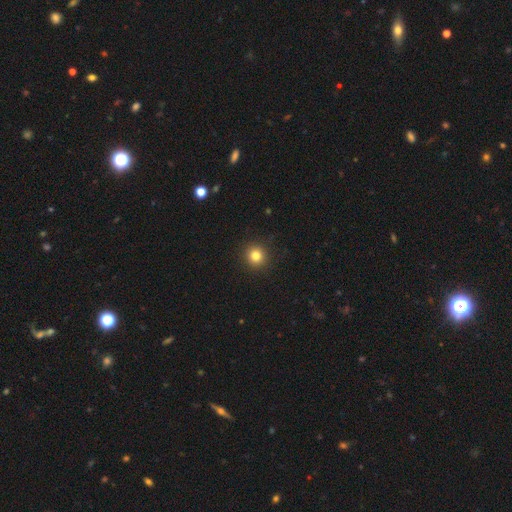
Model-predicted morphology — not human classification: Smooth or featured? Predicted: smooth (p=0.82). How rounded? Predicted: round (p=0.95). Merging? Predicted: none (p=0.92).